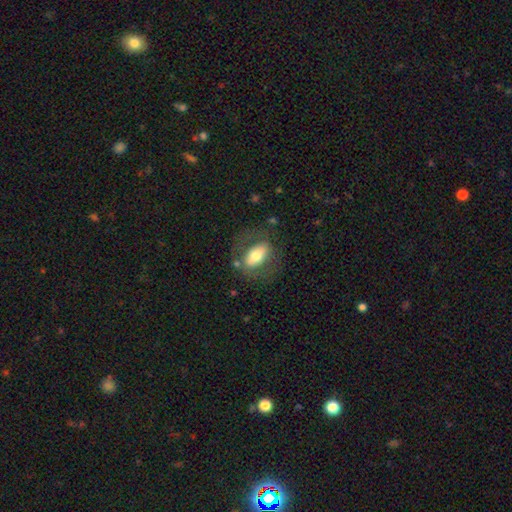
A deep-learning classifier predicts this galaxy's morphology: This appears to be a smooth galaxy with no disk features (57%) that is in between round and cigar-shaped (86%). Merging: none (66%).